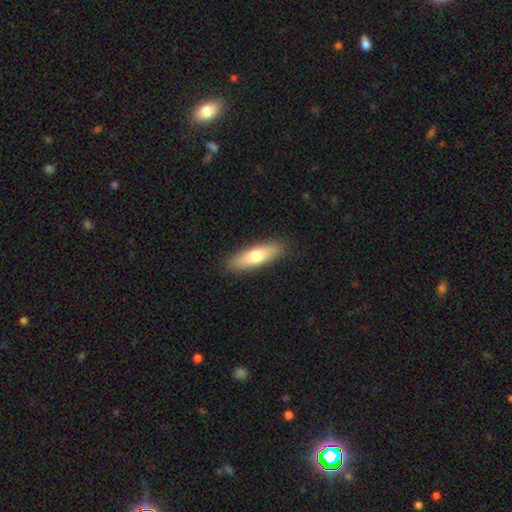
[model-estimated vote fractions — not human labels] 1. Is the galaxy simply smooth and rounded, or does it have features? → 70% smooth, 24% featured or disk, 6% star or artifact.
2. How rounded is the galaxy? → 51% cigar-shaped, 47% in between, 2% round.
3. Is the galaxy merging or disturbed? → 88% none, 9% minor disturbance, 2% major disturbance, 1% merger.